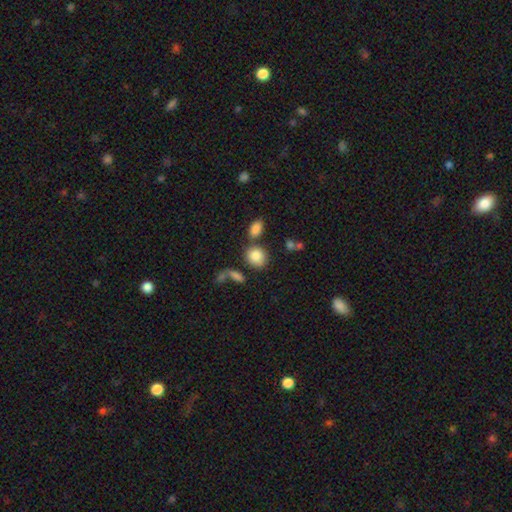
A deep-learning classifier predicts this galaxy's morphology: A smooth galaxy with no disk features (84%) that is round (66%).

Vote fractions:
- Smooth or featured? smooth: 84% / star or artifact: 9% / featured or disk: 7%
- How rounded? round: 66% / in between: 33% / cigar-shaped: 2%
- Merging? none: 66% / merger: 17% / minor disturbance: 12% / major disturbance: 5%